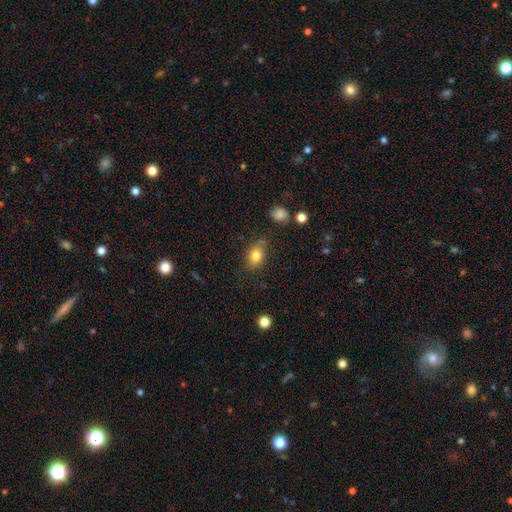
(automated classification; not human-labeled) smooth_or_featured: smooth (p=0.82) [alt: star or artifact p=0.10]
how_rounded: in between (p=0.69) [alt: round p=0.29]
merging: none (p=0.73) [alt: minor disturbance p=0.19]